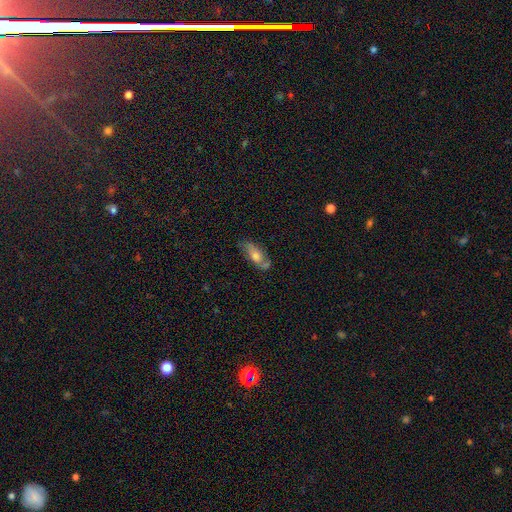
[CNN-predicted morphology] Smooth or featured? Predicted: smooth (p=0.45, tied with featured or disk). Merging? Predicted: none (p=0.67).